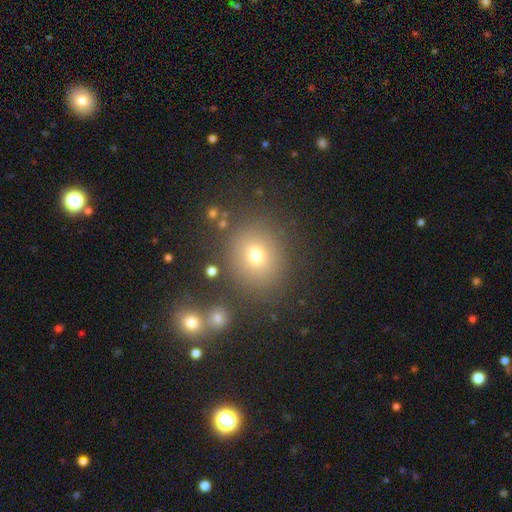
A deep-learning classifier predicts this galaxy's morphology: A smooth galaxy with no disk features (66%) that is round (78%).

Vote fractions:
- Smooth or featured? smooth: 66% / star or artifact: 23% / featured or disk: 11%
- How rounded? round: 78% / in between: 21% / cigar-shaped: 1%
- Merging? none: 82% / minor disturbance: 8% / merger: 6% / major disturbance: 4%